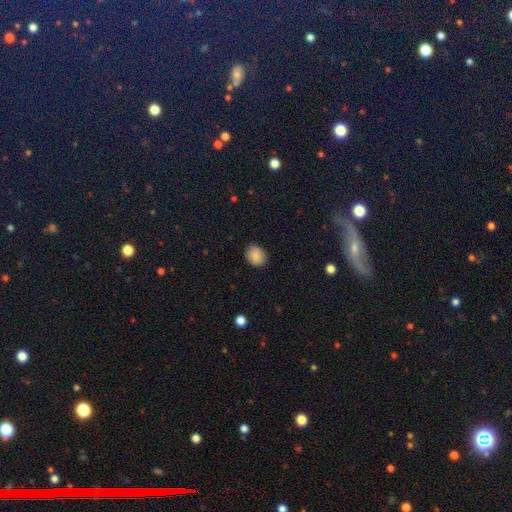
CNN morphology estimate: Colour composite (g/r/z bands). It shows a smooth galaxy with no disk features (86%) that is in between round and cigar-shaped (51%). Merging: none (85%).